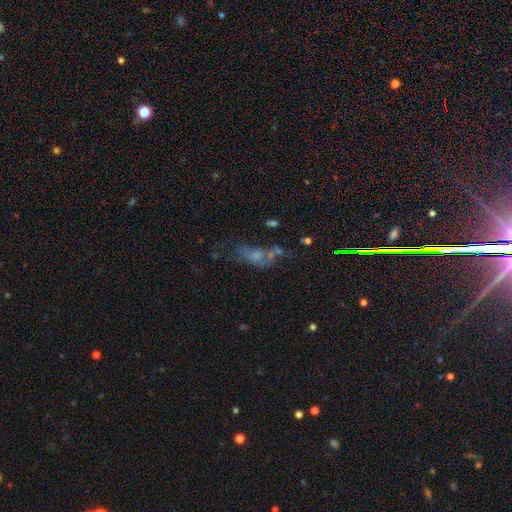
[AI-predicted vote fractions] smooth 45%, featured or disk 38%, star or artifact 17%. Down the decision tree: merging — major disturbance (33%).